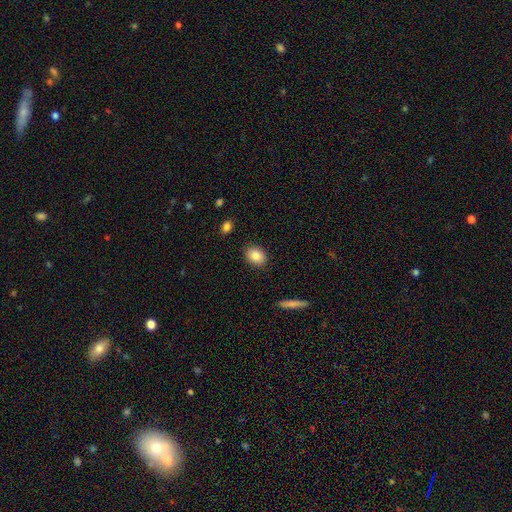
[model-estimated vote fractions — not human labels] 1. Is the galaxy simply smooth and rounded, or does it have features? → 84% smooth, 8% featured or disk, 8% star or artifact.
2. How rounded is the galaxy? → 61% in between, 37% round, 1% cigar-shaped.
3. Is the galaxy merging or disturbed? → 89% none, 8% minor disturbance, 2% major disturbance, 1% merger.